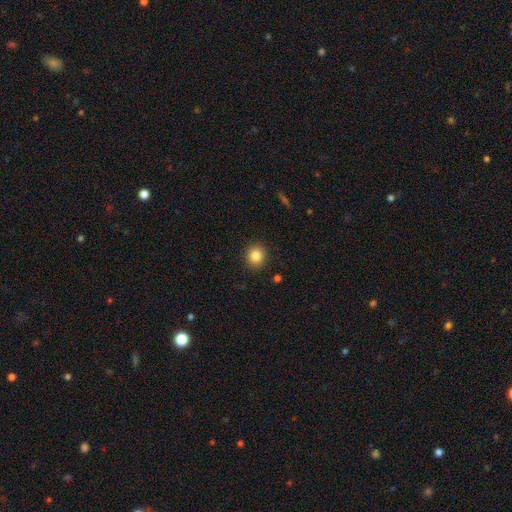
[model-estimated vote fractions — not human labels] Q: Smooth or featured?
A: smooth (84%); runner-up: star or artifact (10%)
Q: How rounded?
A: round (84%); runner-up: in between (16%)
Q: Merging?
A: none (90%); runner-up: minor disturbance (6%)